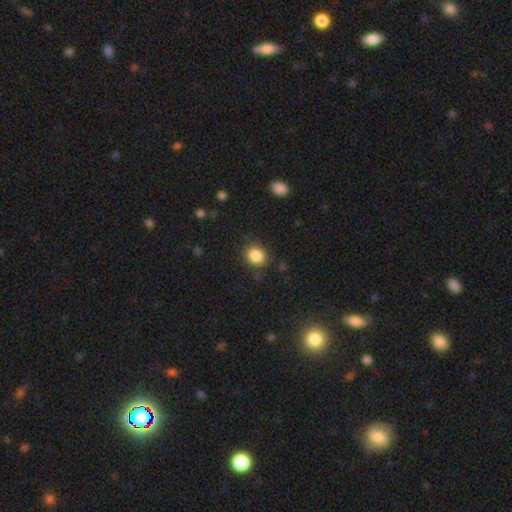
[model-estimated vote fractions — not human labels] The model was most divided on "how rounded": round: 79%, in between: 20%, cigar-shaped: 1%. More confident: merging — none (86%); smooth or featured — smooth (86%).